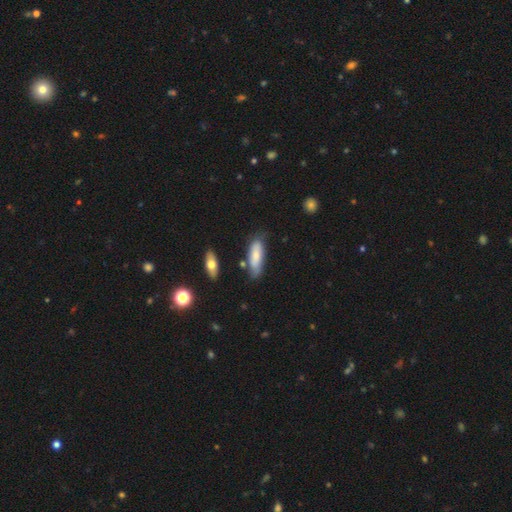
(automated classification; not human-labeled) Morphology: type=smooth (71%); roundness=in between (61%); merging=none (66%).